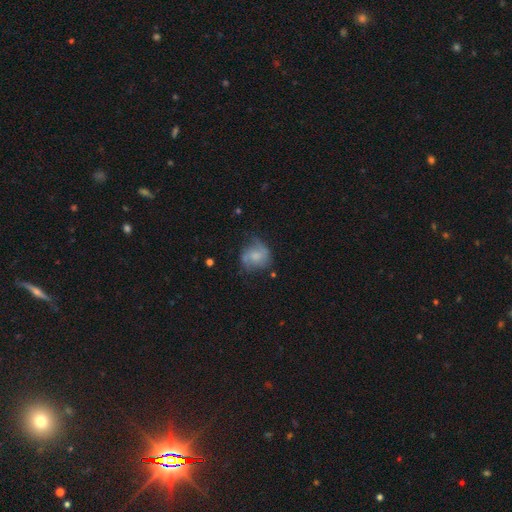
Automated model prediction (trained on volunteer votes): The model was most divided on "smooth or featured": smooth: 51%, featured or disk: 41%, star or artifact: 9%. Remaining: how rounded — round (70%); merging — none (50%).